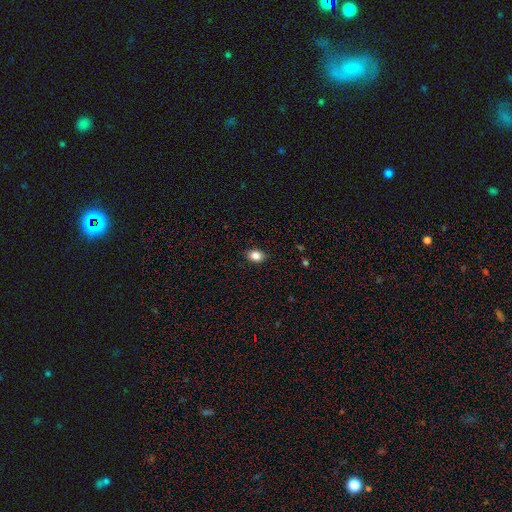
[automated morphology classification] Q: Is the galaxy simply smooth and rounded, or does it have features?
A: smooth — 86%.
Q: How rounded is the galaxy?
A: in between — 73%.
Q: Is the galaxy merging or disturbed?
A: none — 88%.